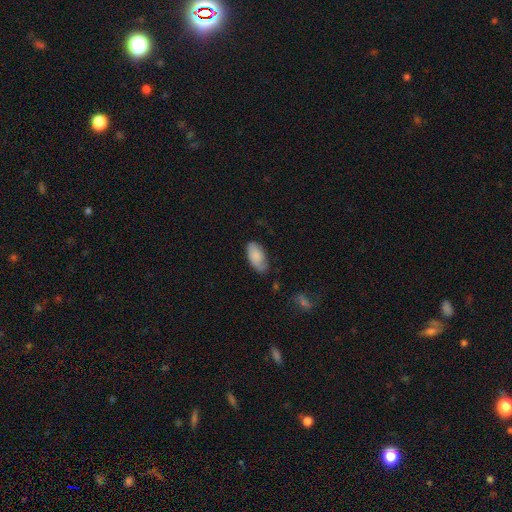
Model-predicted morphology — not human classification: A smooth galaxy with no disk features (83%) that is in between round and cigar-shaped (94%). Merging: none (71%).